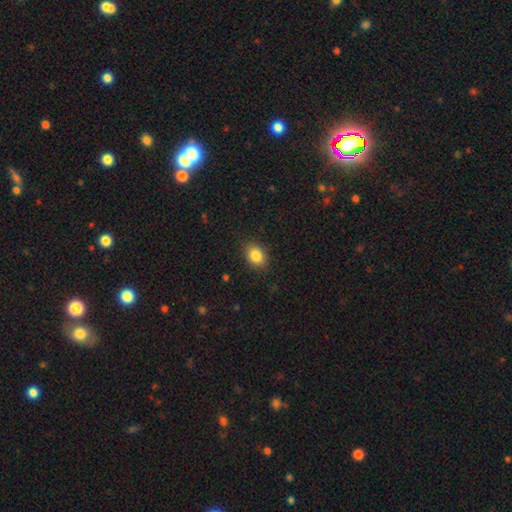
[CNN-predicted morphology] Smooth or featured? Predicted: smooth (p=0.85). How rounded? Predicted: in between (p=0.68). Merging? Predicted: none (p=0.86).